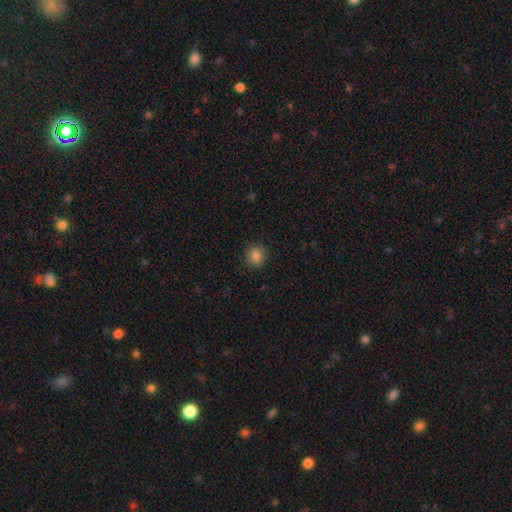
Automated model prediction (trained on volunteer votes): A smooth galaxy with no disk features (86%) that is round (85%). Merging: none (89%).